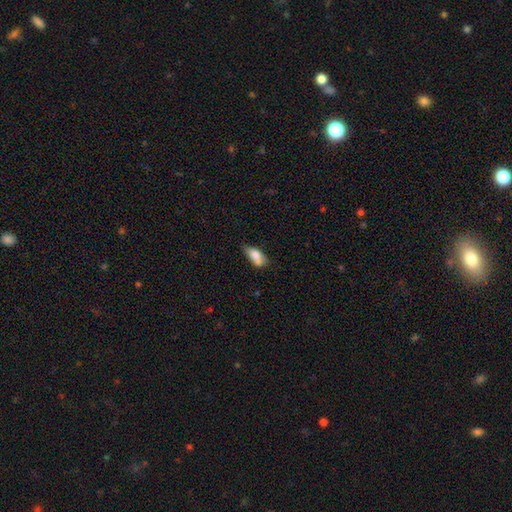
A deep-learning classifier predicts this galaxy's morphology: smooth-or-featured: smooth: 77% | featured or disk: 15% | star or artifact: 8%
  how-rounded: in between: 84% | cigar-shaped: 12% | round: 4%
  merging: none: 40% | minor disturbance: 32% | merger: 18% | major disturbance: 10%